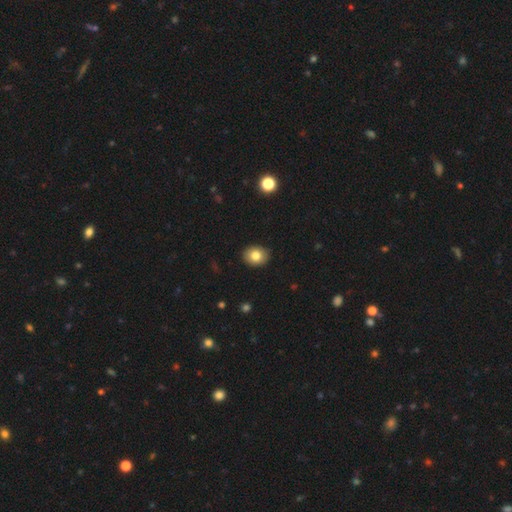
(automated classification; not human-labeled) Smooth or featured? smooth (81%)
How rounded? round (51%)
Merging? none (90%)